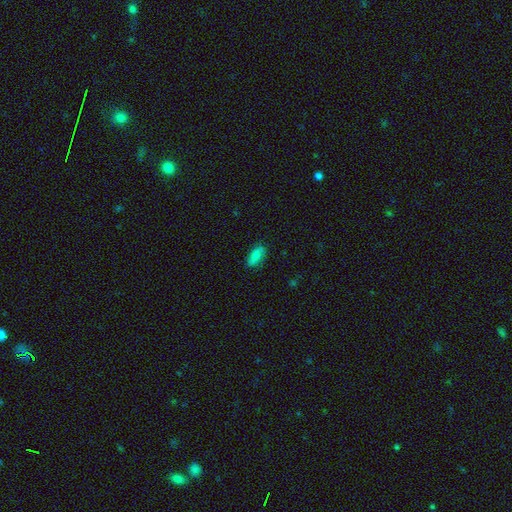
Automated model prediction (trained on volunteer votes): Overall: smooth (77%). How rounded: in between (85%). Merging: none (81%).